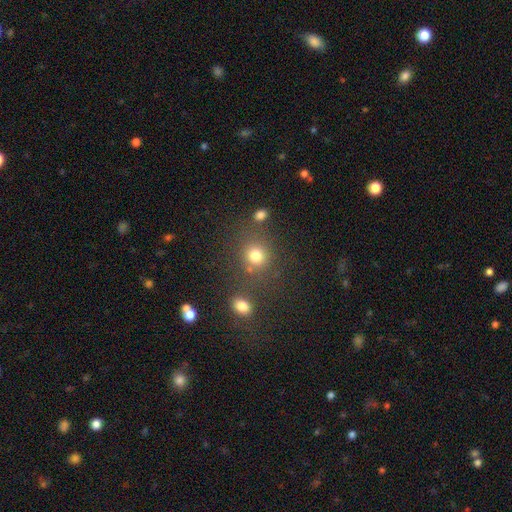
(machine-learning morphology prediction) The model was most divided on "merging": none: 71%, merger: 13%, minor disturbance: 10%, major disturbance: 6%. More confident: how rounded — round (85%); smooth or featured — smooth (78%).